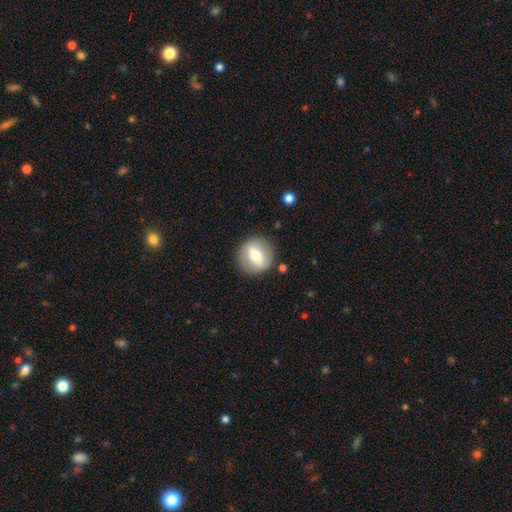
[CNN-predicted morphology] Overall: smooth (56%; featured or disk 36%). How rounded: round (89%). Merging: none (86%).